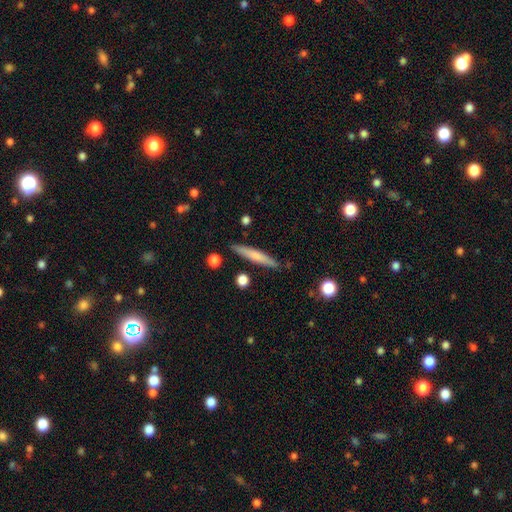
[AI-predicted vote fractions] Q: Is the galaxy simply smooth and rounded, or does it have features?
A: smooth — 62%.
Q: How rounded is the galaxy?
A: cigar-shaped — 94%.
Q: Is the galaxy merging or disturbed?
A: none — 88%.